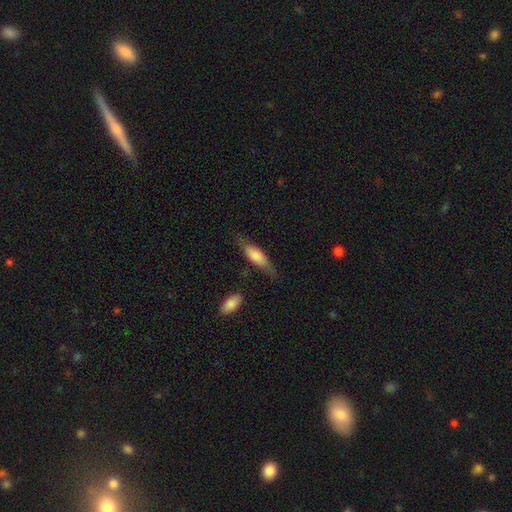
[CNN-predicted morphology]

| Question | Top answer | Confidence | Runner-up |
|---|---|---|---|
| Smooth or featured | smooth | 68% | featured or disk (26%) |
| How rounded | cigar-shaped | 50% | in between (48%) |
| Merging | none | 67% | minor disturbance (23%) |